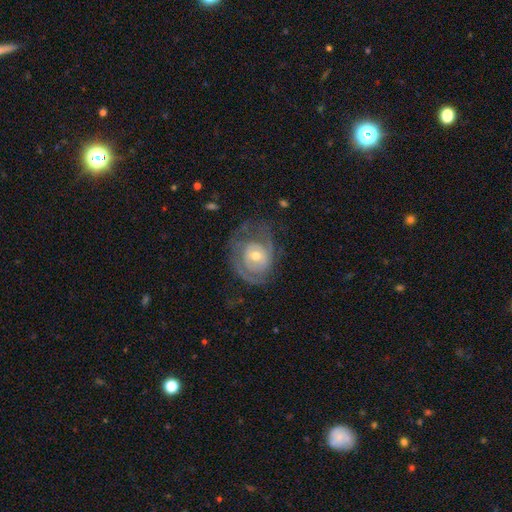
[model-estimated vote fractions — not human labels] Smooth or featured: featured or disk — 74% (smooth — 20%)
Edge-on disk: no — 96% (yes — 4%)
Bar: no — 72% (weak — 23%)
Spiral arms: yes — 73% (no — 27%)
Spiral winding: tight — 60% (medium — 28%)
Spiral arm count: can't tell — 37% (2 — 35%)
Bulge size: moderate — 61% (small — 33%)
Merging: none — 54% (minor disturbance — 22%)